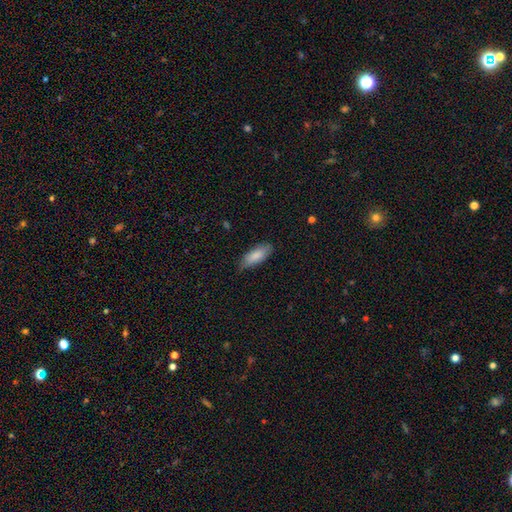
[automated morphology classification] smooth 84%, featured or disk 11%, star or artifact 6%. Down the decision tree: how rounded — in between (73%); merging — none (75%).